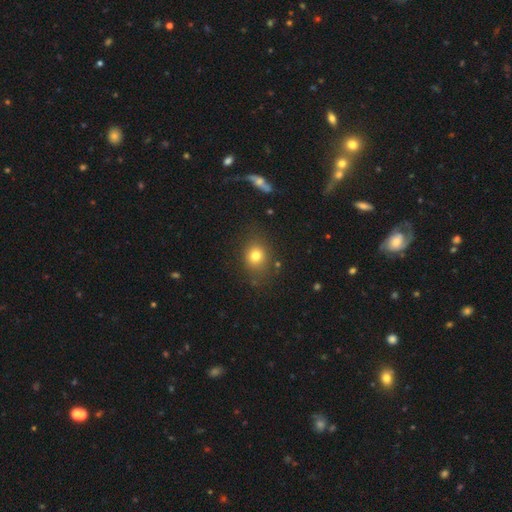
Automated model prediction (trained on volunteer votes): Overall: smooth (76%). How rounded: round (70%). Merging: none (80%).